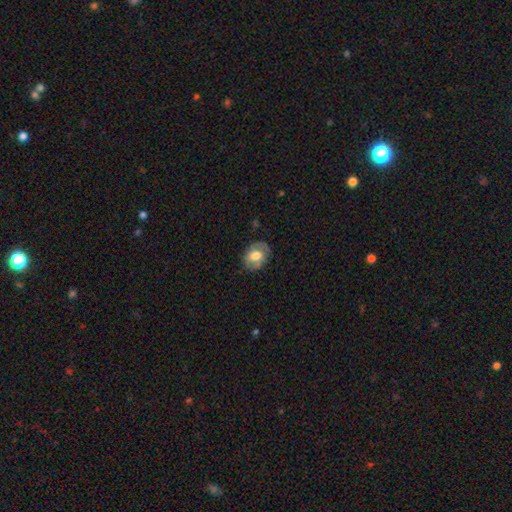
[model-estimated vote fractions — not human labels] A smooth galaxy with no disk features (55%) that is in between round and cigar-shaped (64%).

Vote fractions:
- Smooth or featured? smooth: 55% / featured or disk: 38% / star or artifact: 7%
- How rounded? in between: 64% / round: 35% / cigar-shaped: 1%
- Merging? none: 76% / minor disturbance: 18% / major disturbance: 5% / merger: 1%